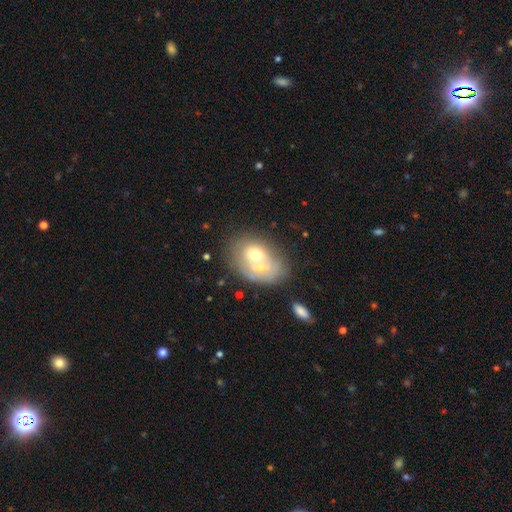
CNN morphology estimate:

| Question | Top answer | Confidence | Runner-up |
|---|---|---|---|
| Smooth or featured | smooth | 49% | featured or disk (40%) |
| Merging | merger | 48% | none (31%) |